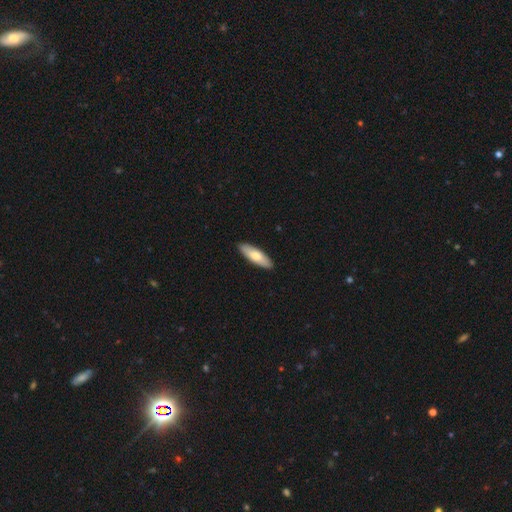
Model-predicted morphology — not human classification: Smooth or featured?
  - smooth: 70% *
  - featured or disk: 25%
  - star or artifact: 5%
How rounded?
  - in between: 54% *
  - cigar-shaped: 44%
  - round: 2%
Merging?
  - none: 91% *
  - minor disturbance: 7%
  - major disturbance: 1%
  - merger: 1%